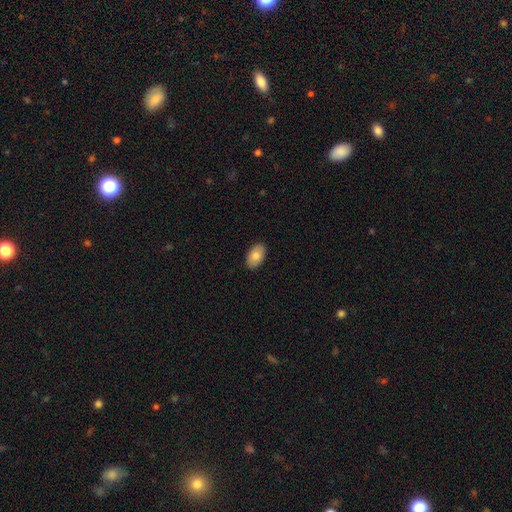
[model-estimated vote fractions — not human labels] Smooth or featured? smooth (83%)
How rounded? in between (93%)
Merging? none (90%)